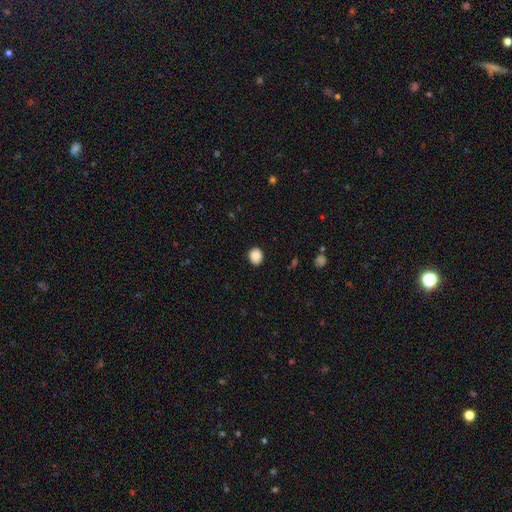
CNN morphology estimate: smooth 89%, star or artifact 9%, featured or disk 3%. Down the decision tree: how rounded — round (73%); merging — none (90%).